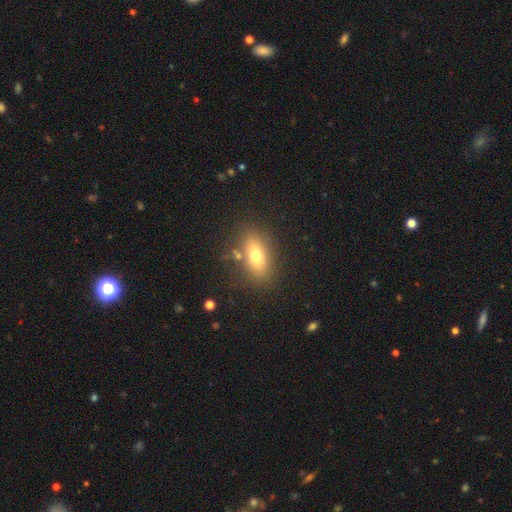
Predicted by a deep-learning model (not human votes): A smooth galaxy with no disk features (72%) that is in between round and cigar-shaped (80%).

Vote fractions:
- Smooth or featured? smooth: 72% / featured or disk: 18% / star or artifact: 11%
- How rounded? in between: 80% / round: 11% / cigar-shaped: 10%
- Merging? none: 79% / minor disturbance: 12% / merger: 6% / major disturbance: 4%